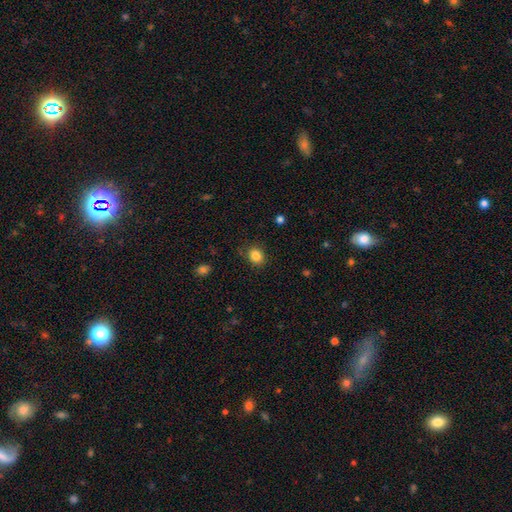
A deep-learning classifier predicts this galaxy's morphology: Smooth or featured?
  - smooth: 85% *
  - star or artifact: 10%
  - featured or disk: 5%
How rounded?
  - round: 58% *
  - in between: 41%
  - cigar-shaped: 1%
Merging?
  - none: 85% *
  - minor disturbance: 11%
  - major disturbance: 3%
  - merger: 1%